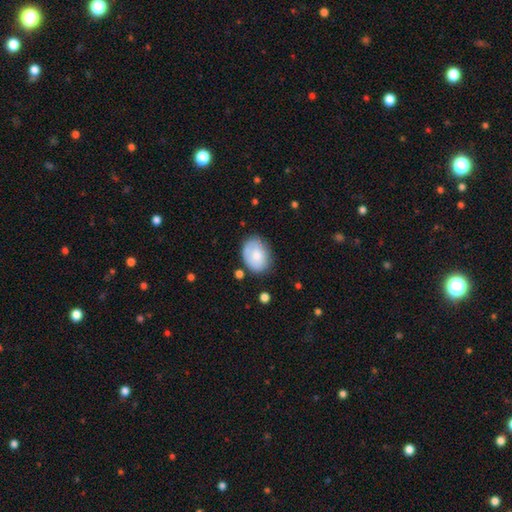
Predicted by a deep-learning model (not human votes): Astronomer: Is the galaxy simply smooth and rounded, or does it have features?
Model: smooth — 69%.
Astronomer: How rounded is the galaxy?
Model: in between — 74%.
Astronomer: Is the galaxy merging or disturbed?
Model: none — 70%.